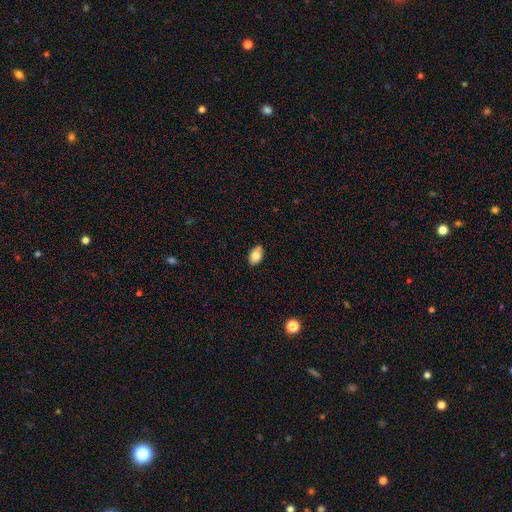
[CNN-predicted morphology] Q: Smooth or featured?
A: smooth (79%); runner-up: featured or disk (13%)
Q: How rounded?
A: in between (87%); runner-up: round (11%)
Q: Merging?
A: none (80%); runner-up: minor disturbance (15%)